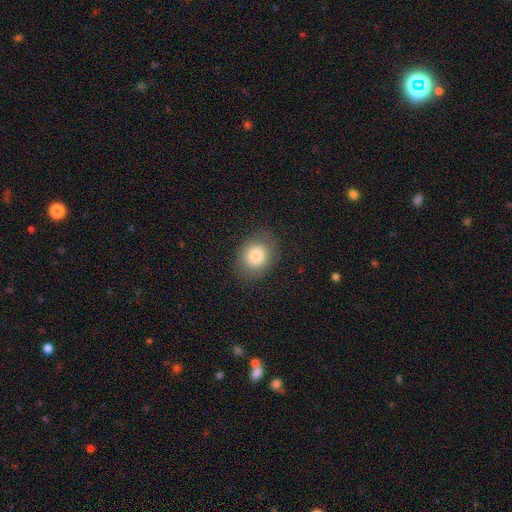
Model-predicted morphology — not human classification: A smooth galaxy with no disk features (81%) that is round (53%).

Vote fractions:
- Smooth or featured? smooth: 81% / featured or disk: 10% / star or artifact: 9%
- How rounded? round: 53% / in between: 46% / cigar-shaped: 1%
- Merging? none: 83% / minor disturbance: 12% / major disturbance: 4% / merger: 1%